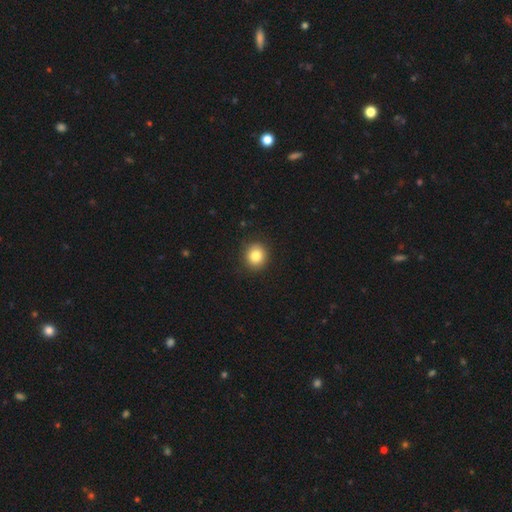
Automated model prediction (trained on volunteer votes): Smooth or featured?
  - smooth: 83% *
  - star or artifact: 10%
  - featured or disk: 7%
How rounded?
  - round: 86% *
  - in between: 13%
  - cigar-shaped: 1%
Merging?
  - none: 91% *
  - minor disturbance: 7%
  - major disturbance: 2%
  - merger: 1%